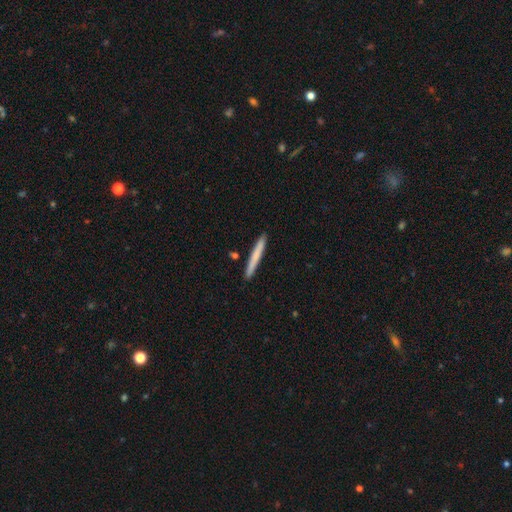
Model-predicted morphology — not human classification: The model was most divided on "smooth or featured": smooth: 71%, featured or disk: 23%, star or artifact: 6%. More confident: how rounded — cigar-shaped (97%); merging — none (91%).